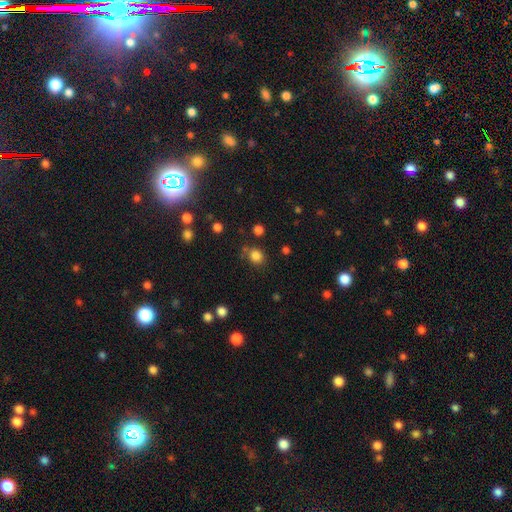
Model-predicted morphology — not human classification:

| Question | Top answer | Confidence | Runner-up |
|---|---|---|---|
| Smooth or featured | smooth | 82% | star or artifact (14%) |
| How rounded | round | 80% | in between (19%) |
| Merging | none | 76% | minor disturbance (13%) |